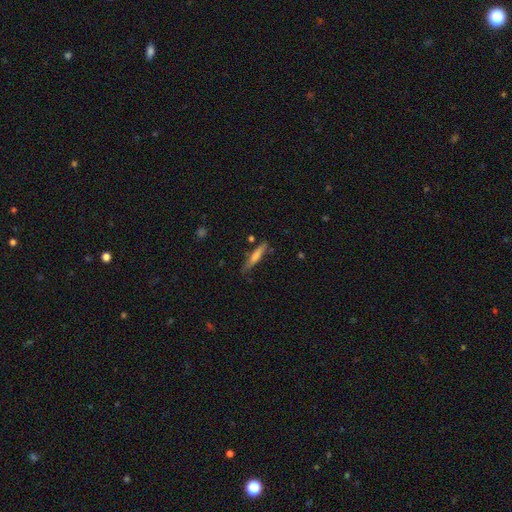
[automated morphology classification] This appears to be a smooth galaxy with no disk features (58%) that is cigar-shaped (90%). Merging: none (76%).